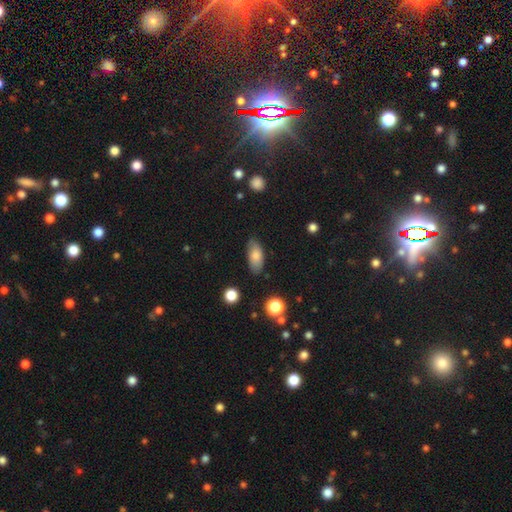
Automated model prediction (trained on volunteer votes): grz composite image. It shows a smooth galaxy with no disk features (81%) that is in between round and cigar-shaped (88%). Merging: none (80%).